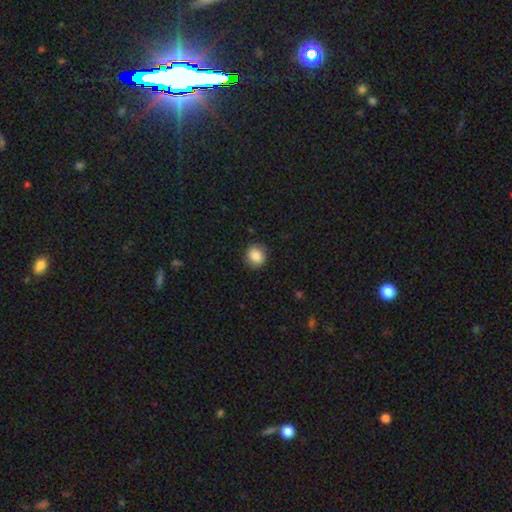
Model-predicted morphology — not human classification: A smooth galaxy with no disk features (86%) that is round (78%).

Vote fractions:
- Smooth or featured? smooth: 86% / star or artifact: 9% / featured or disk: 5%
- How rounded? round: 78% / in between: 21% / cigar-shaped: 1%
- Merging? none: 86% / minor disturbance: 11% / major disturbance: 3% / merger: 1%